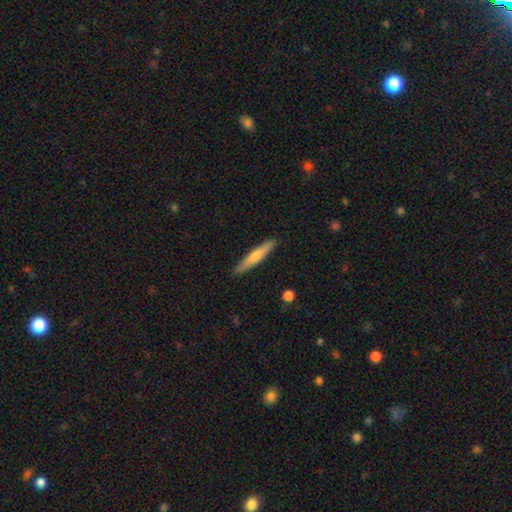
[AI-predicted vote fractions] Smooth or featured?
  - smooth: 54% *
  - featured or disk: 40%
  - star or artifact: 6%
How rounded?
  - cigar-shaped: 93% *
  - in between: 5%
  - round: 1%
Merging?
  - none: 90% *
  - minor disturbance: 8%
  - major disturbance: 1%
  - merger: 1%